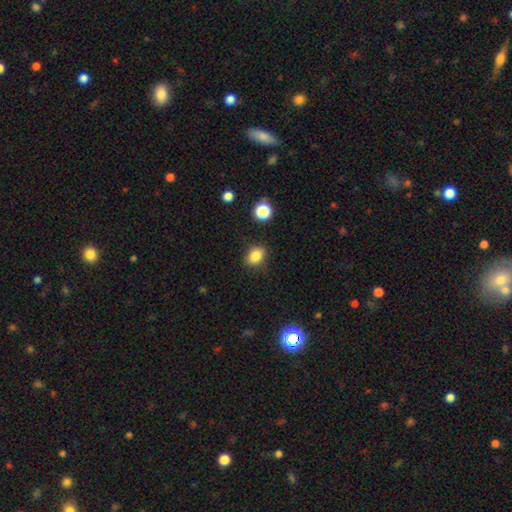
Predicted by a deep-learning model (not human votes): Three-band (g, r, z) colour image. It shows a smooth galaxy with no disk features (84%) that is in between round and cigar-shaped (67%). Merging: none (83%).